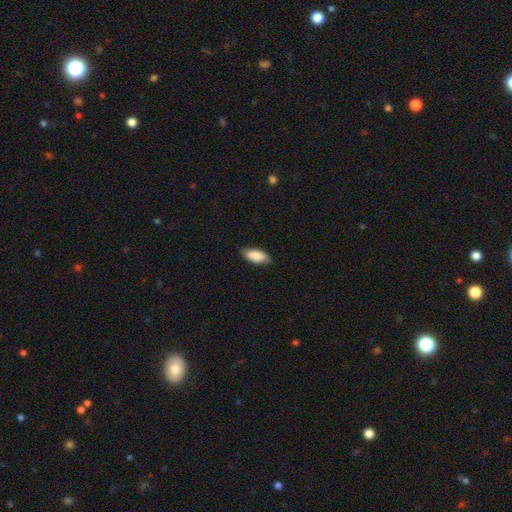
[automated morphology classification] smooth 85%, featured or disk 10%, star or artifact 6%. Down the decision tree: how rounded — in between (86%); merging — none (83%).